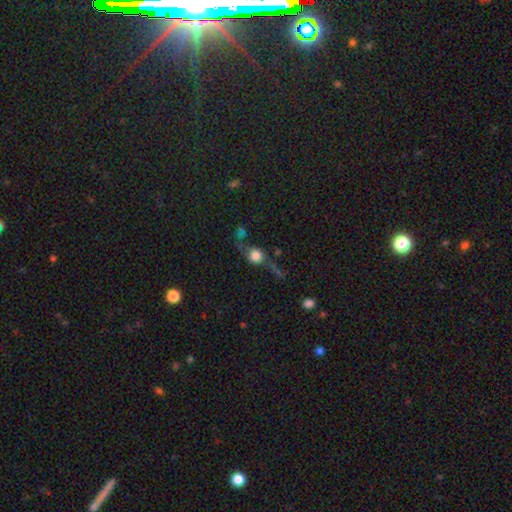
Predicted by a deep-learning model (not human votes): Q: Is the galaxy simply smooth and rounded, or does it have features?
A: smooth — 49%.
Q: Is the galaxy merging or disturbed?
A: none — 46%.